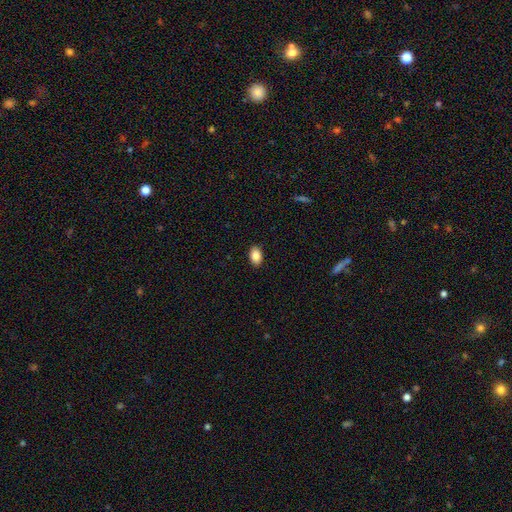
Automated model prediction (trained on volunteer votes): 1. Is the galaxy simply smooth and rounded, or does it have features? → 87% smooth, 8% star or artifact, 6% featured or disk.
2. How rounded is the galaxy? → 89% in between, 10% round, 1% cigar-shaped.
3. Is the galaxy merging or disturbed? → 90% none, 7% minor disturbance, 2% major disturbance, 1% merger.